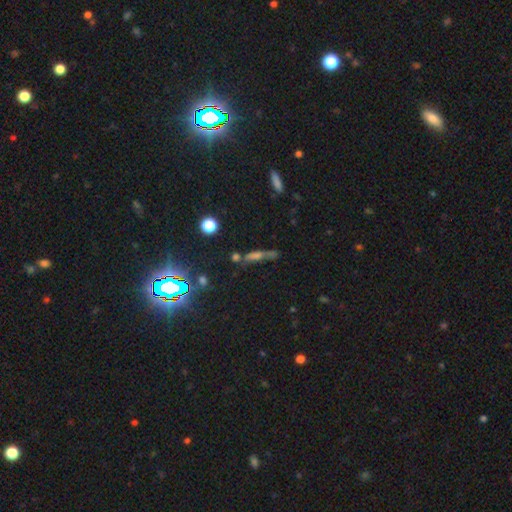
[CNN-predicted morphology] Smooth or featured?
  - star or artifact: 45% *
  - smooth: 29%
  - featured or disk: 26%